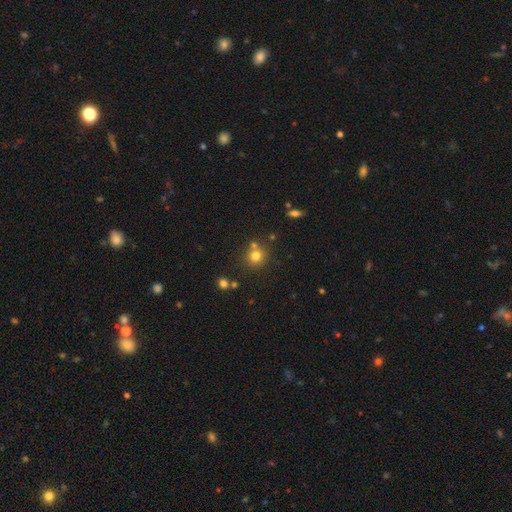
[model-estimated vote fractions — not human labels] This is likely a smooth galaxy (75%). How rounded: clearly round (88%). Merging: likely none (69%).